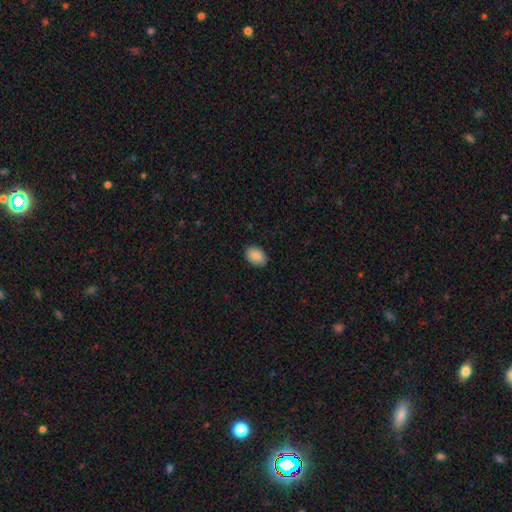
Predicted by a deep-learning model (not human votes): Smooth or featured? Predicted: smooth (p=0.88). How rounded? Predicted: in between (p=0.83). Merging? Predicted: none (p=0.87).